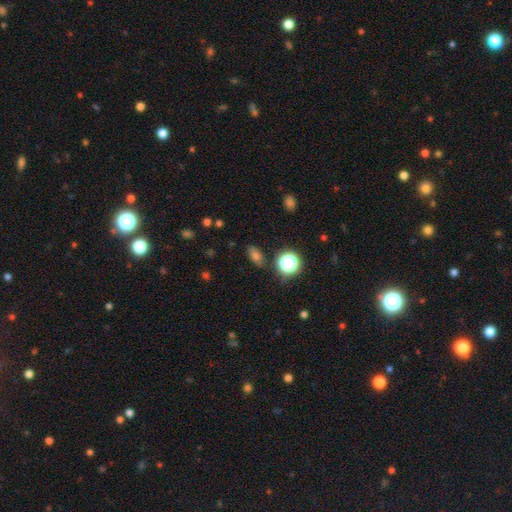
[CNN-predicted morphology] Smooth or featured? Predicted: smooth (p=0.59). How rounded? Predicted: in between (p=0.72). Merging? Predicted: none (p=0.81).